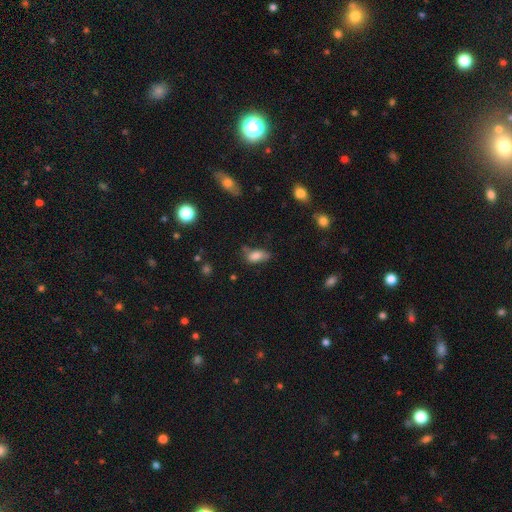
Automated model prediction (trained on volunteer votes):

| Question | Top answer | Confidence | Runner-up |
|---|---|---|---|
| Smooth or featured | smooth | 76% | featured or disk (13%) |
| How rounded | in between | 87% | cigar-shaped (7%) |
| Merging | none | 47% | minor disturbance (33%) |